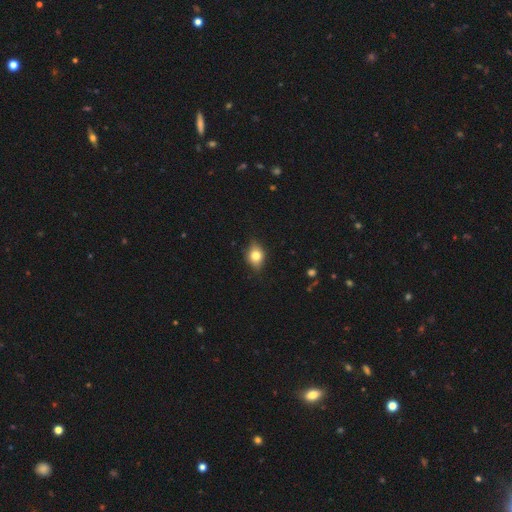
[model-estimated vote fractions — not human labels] This appears to be a smooth galaxy with no disk features (75%) that is in between round and cigar-shaped (62%). Merging: none (77%).